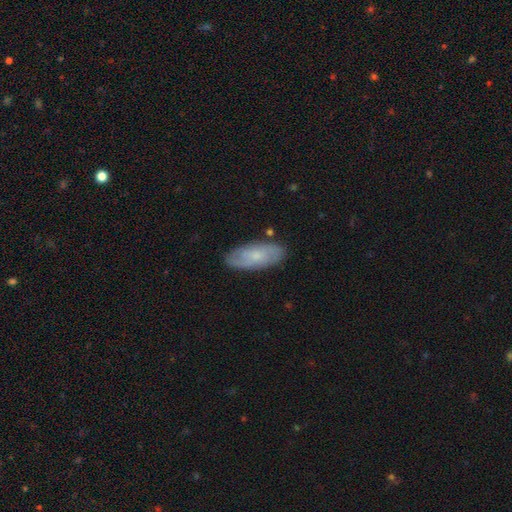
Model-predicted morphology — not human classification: type=smooth (51%); roundness=in between (79%); merging=none (83%).